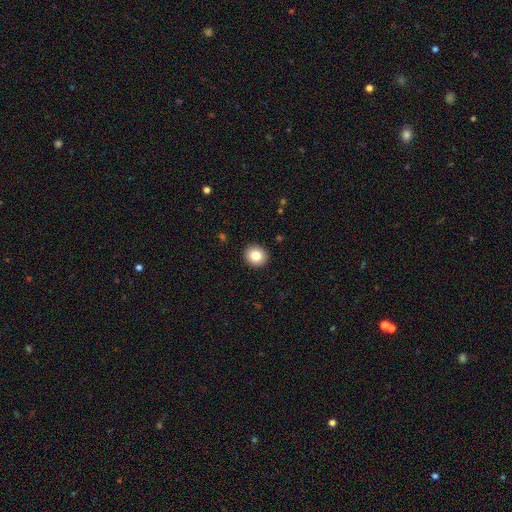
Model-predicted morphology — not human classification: type=smooth (83%); roundness=round (86%); merging=none (92%).